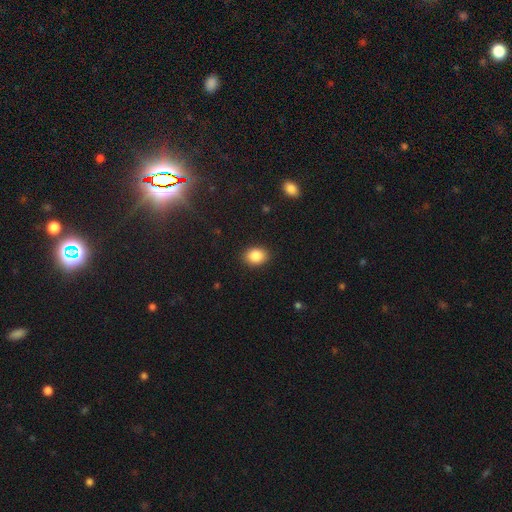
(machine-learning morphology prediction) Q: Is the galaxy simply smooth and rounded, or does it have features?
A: smooth — 87%.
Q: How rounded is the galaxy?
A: in between — 59%.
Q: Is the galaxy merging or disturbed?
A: none — 89%.